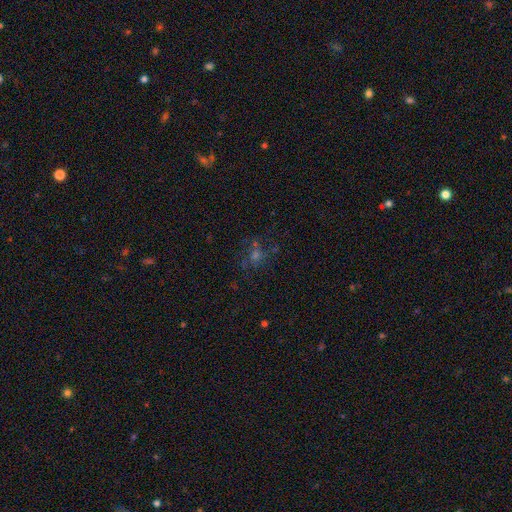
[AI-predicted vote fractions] This is marginally a star or artifact rather than a galaxy (38%).